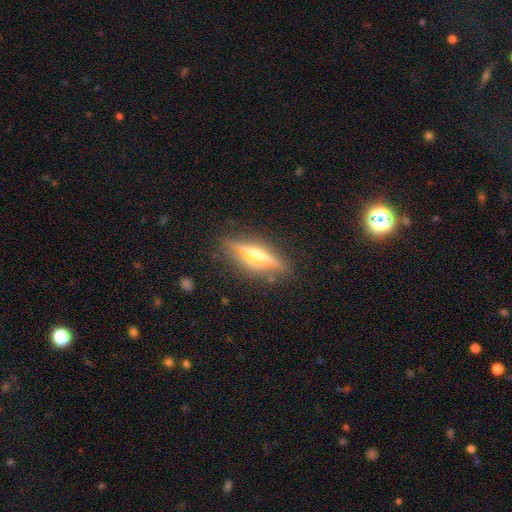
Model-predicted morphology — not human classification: Smooth or featured? featured or disk (73%)
Edge-on disk? yes (94%)
Edge-on bulge? rounded (87%)
Merging? none (85%)